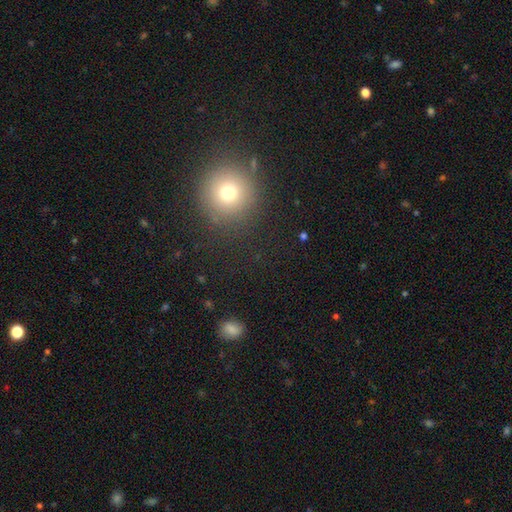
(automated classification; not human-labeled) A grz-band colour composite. It shows a smooth galaxy with no disk features (60%) that is round (93%). Merging: none (88%).